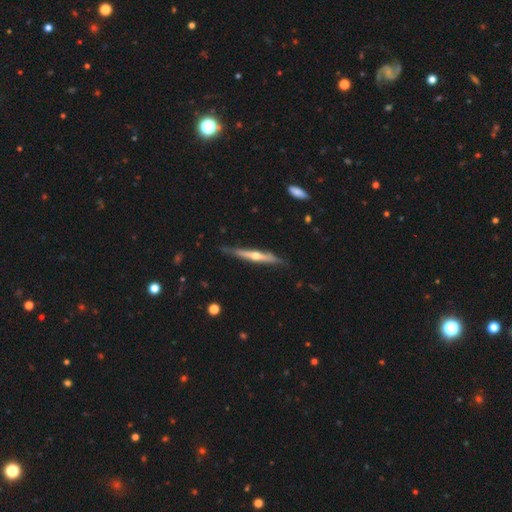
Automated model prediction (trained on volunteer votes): smooth-or-featured: featured or disk: 68% | smooth: 27% | star or artifact: 5%
  disk-edge-on: yes: 96% | no: 4%
    edge-on-bulge: rounded: 86% | none: 11% | boxy: 3%
  merging: none: 79% | minor disturbance: 17% | major disturbance: 3% | merger: 2%